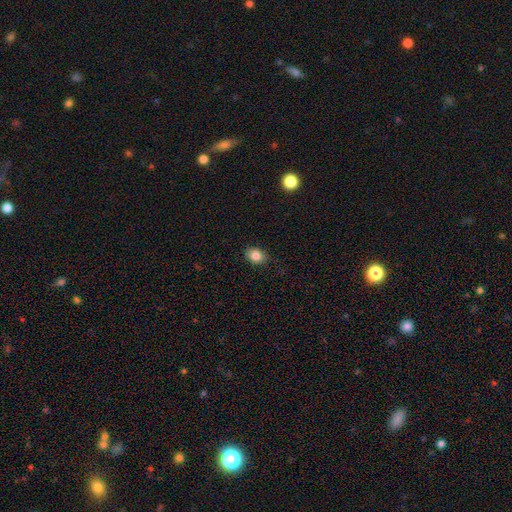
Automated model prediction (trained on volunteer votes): Morphology: type=smooth (84%); roundness=in between (59%); merging=none (86%).